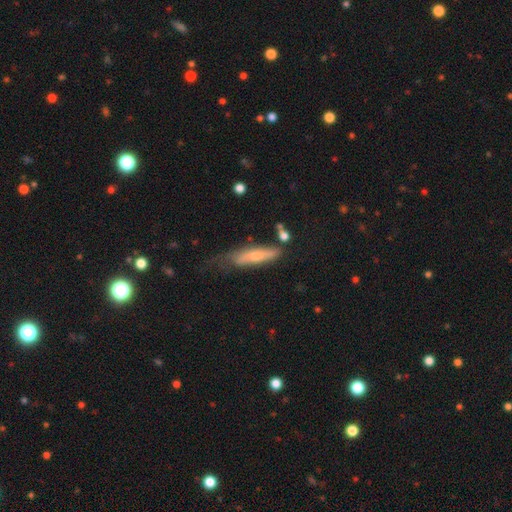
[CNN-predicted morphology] Smooth or featured? Predicted: smooth (p=0.60). How rounded? Predicted: cigar-shaped (p=0.72). Merging? Predicted: none (p=0.40).